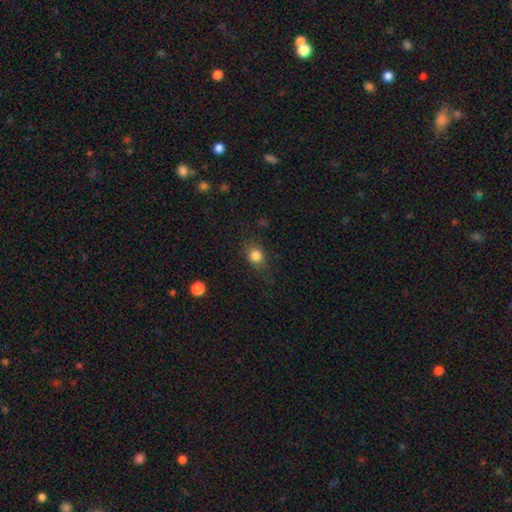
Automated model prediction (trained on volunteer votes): The model was most divided on "how rounded": round: 62%, in between: 36%, cigar-shaped: 2%. More confident: smooth or featured — smooth (82%); merging — none (73%).